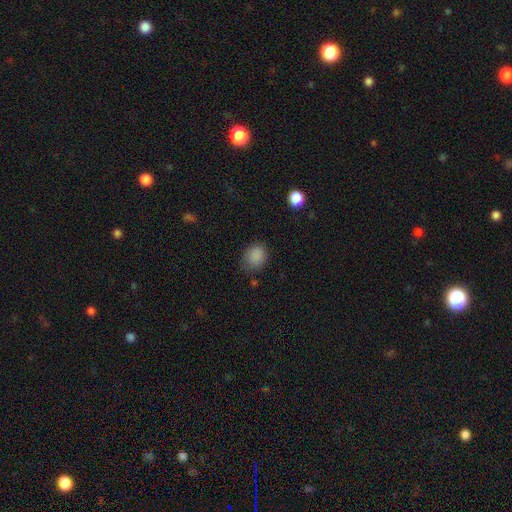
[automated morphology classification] smooth_or_featured: smooth (p=0.86) [alt: star or artifact p=0.10]
how_rounded: round (p=0.55) [alt: in between p=0.44]
merging: none (p=0.75) [alt: minor disturbance p=0.19]